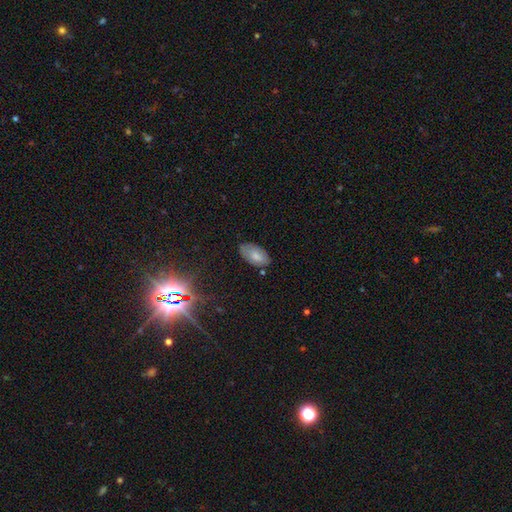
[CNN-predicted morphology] Smooth or featured: smooth — 77% (featured or disk — 14%)
How rounded: in between — 95% (round — 3%)
Merging: none — 72% (minor disturbance — 22%)